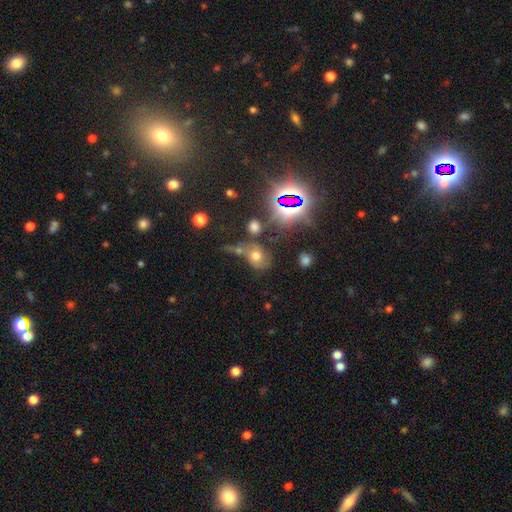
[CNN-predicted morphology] The model was most divided on "how rounded": round: 51%, in between: 47%, cigar-shaped: 2%. Remaining: smooth or featured — smooth (54%); merging — none (38%).